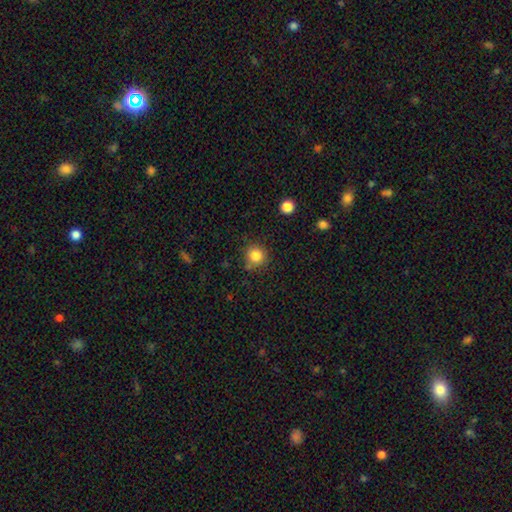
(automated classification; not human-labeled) Q: Smooth or featured?
A: smooth (83%); runner-up: star or artifact (11%)
Q: How rounded?
A: round (92%); runner-up: in between (7%)
Q: Merging?
A: none (82%); runner-up: minor disturbance (10%)